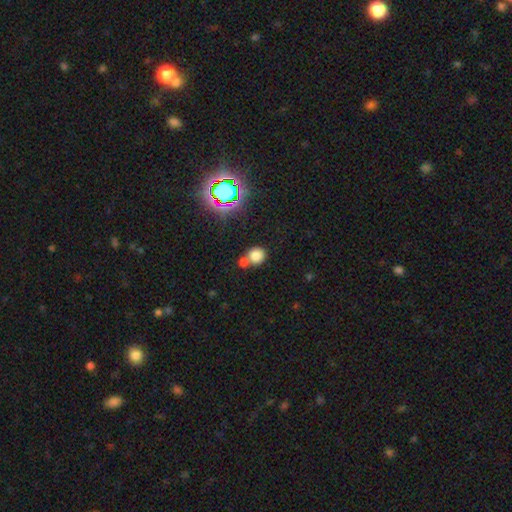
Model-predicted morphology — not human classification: smooth-or-featured: smooth: 77% | star or artifact: 15% | featured or disk: 7%
  how-rounded: round: 82% | in between: 17% | cigar-shaped: 1%
  merging: none: 53% | merger: 35% | minor disturbance: 9% | major disturbance: 3%